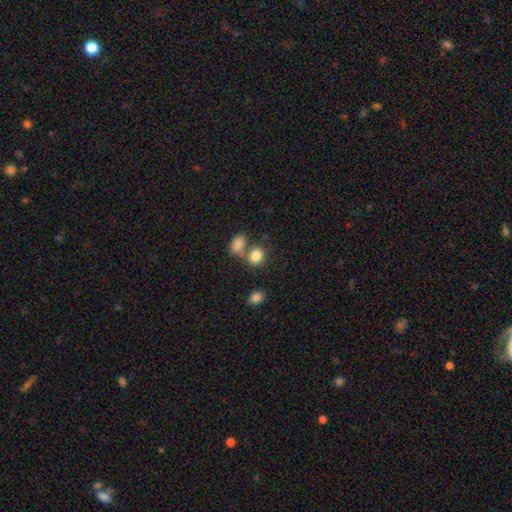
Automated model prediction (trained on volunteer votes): This appears to be a smooth galaxy with no disk features (83%) that is in between round and cigar-shaped (51%). Merging: none (45%).